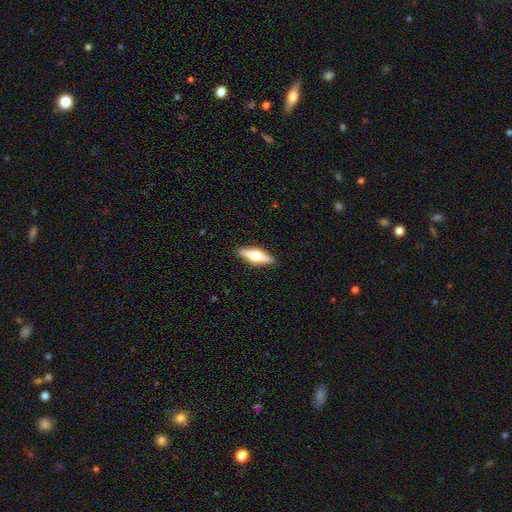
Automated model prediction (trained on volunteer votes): Q: Smooth or featured?
A: featured or disk (53%); runner-up: smooth (42%)
Q: Edge-on disk?
A: yes (94%); runner-up: no (6%)
Q: Merging?
A: none (90%); runner-up: minor disturbance (7%)